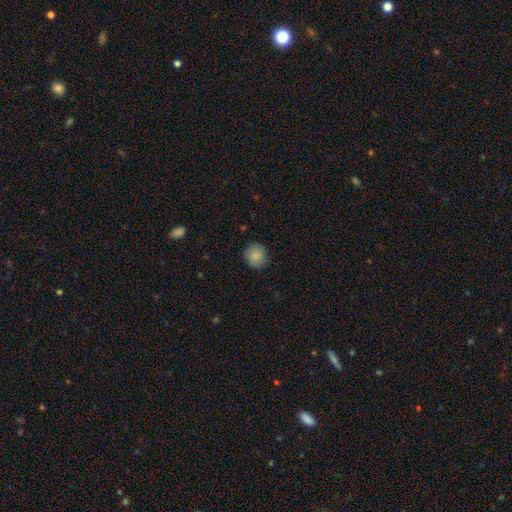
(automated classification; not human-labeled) Smooth or featured: smooth — 87% (star or artifact — 8%)
How rounded: round — 83% (in between — 16%)
Merging: none — 86% (minor disturbance — 10%)